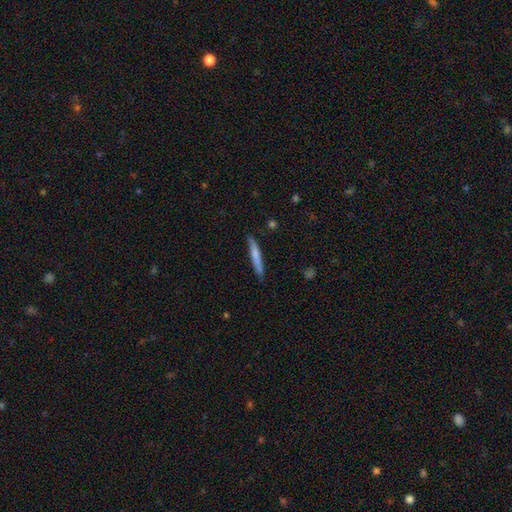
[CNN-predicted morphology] This is likely a smooth galaxy (67%). How rounded: clearly cigar-shaped (95%). Merging: clearly none (85%).